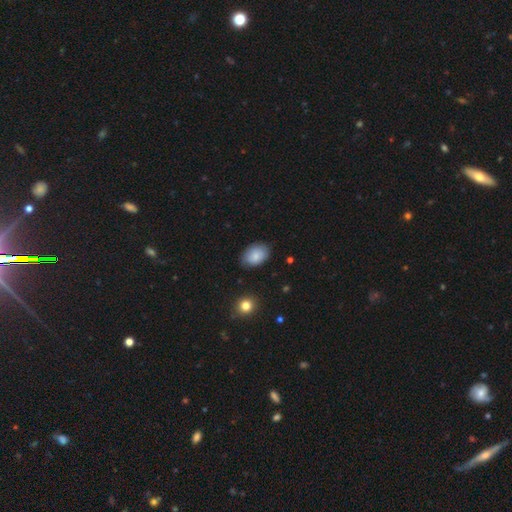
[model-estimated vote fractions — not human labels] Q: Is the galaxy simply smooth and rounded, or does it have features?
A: smooth — 81%.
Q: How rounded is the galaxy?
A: in between — 84%.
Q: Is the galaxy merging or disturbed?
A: none — 77%.